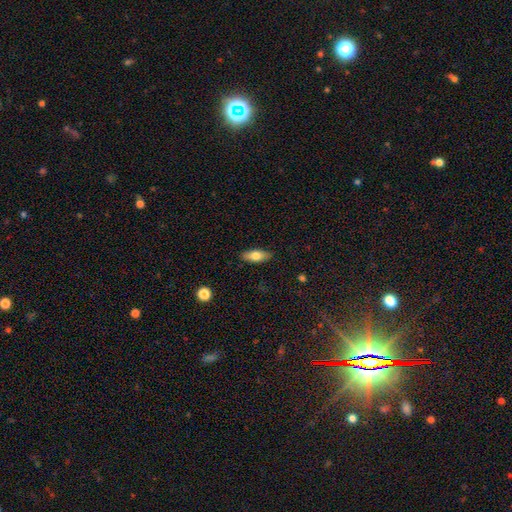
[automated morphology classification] A smooth galaxy with no disk features (73%) that is in between round and cigar-shaped (78%). Merging: none (87%).